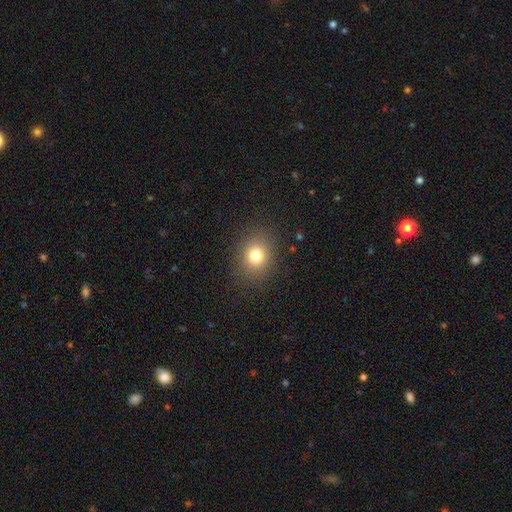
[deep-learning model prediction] This is likely a smooth galaxy (78%). How rounded: likely round (67%). Merging: clearly none (87%).